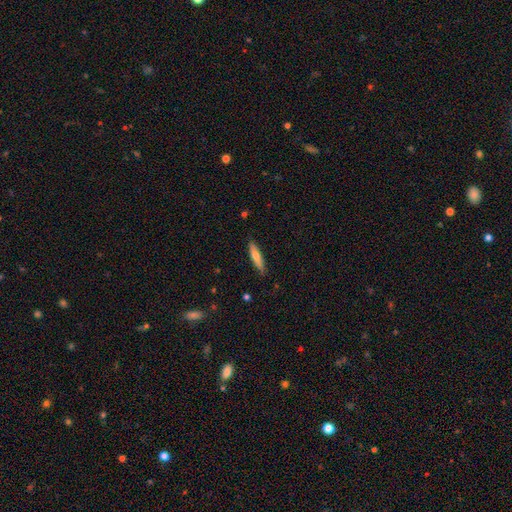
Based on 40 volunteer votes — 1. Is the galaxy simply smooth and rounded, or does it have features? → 62% smooth, 35% featured or disk, 2% star or artifact.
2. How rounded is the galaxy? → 88% cigar-shaped, 12% in between, 0% round.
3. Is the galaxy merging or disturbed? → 95% none, 3% minor disturbance, 3% merger, 0% major disturbance.